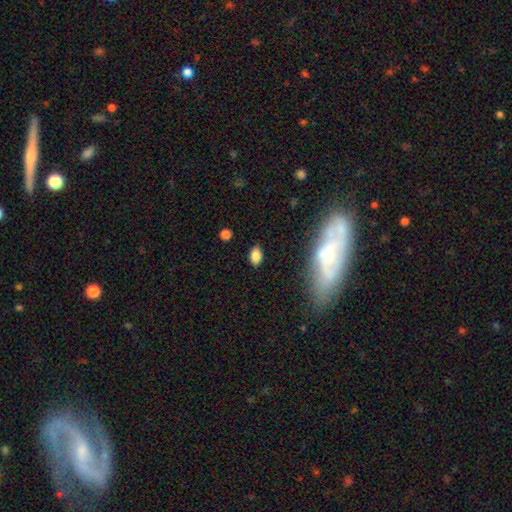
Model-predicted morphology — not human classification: A smooth galaxy with no disk features (82%) that is in between round and cigar-shaped (87%). Merging: none (84%).